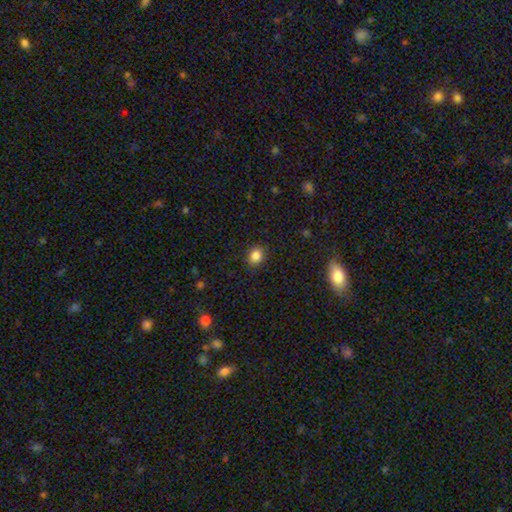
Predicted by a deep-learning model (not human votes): The model was most divided on "how rounded": round: 55%, in between: 44%, cigar-shaped: 1%. More confident: merging — none (89%); smooth or featured — smooth (85%).